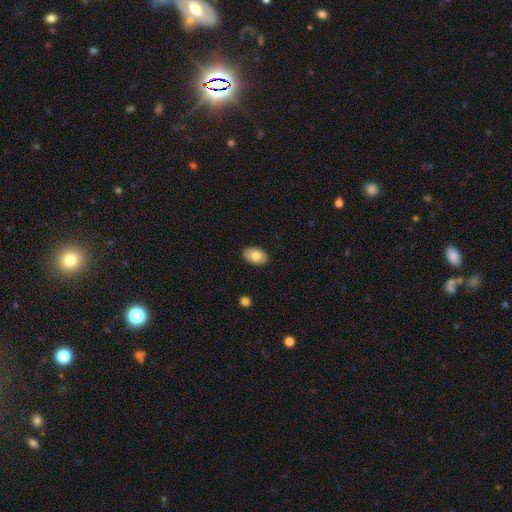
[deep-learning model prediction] A smooth galaxy with no disk features (77%) that is in between round and cigar-shaped (89%). Merging: none (88%).